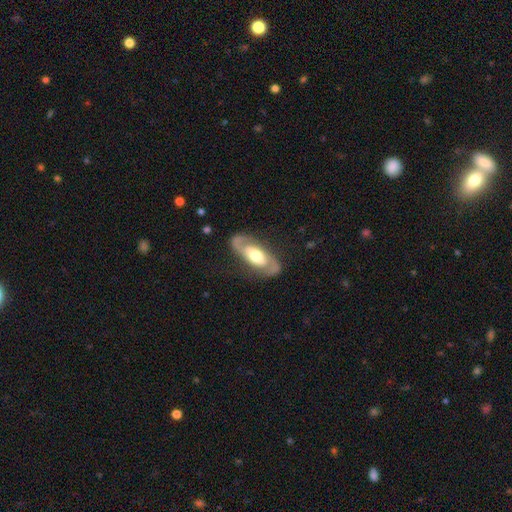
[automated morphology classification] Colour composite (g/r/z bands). It shows a featured or disk galaxy (83%) with no bar (59%), 2 (90%) medium (47%) spiral arms (90%) and a moderate central bulge (61%). Merging: none (82%).